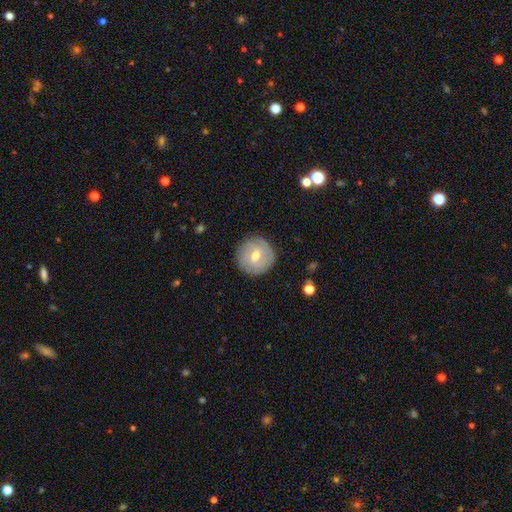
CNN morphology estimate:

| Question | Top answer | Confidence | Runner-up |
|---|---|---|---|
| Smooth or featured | featured or disk | 72% | smooth (22%) |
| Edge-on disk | no | 97% | yes (3%) |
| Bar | weak | 55% | no (32%) |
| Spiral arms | yes | 90% | no (10%) |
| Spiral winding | tight | 66% | medium (27%) |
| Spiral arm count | can't tell | 29% | 3 (28%) |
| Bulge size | moderate | 62% | small (35%) |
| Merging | none | 87% | minor disturbance (9%) |